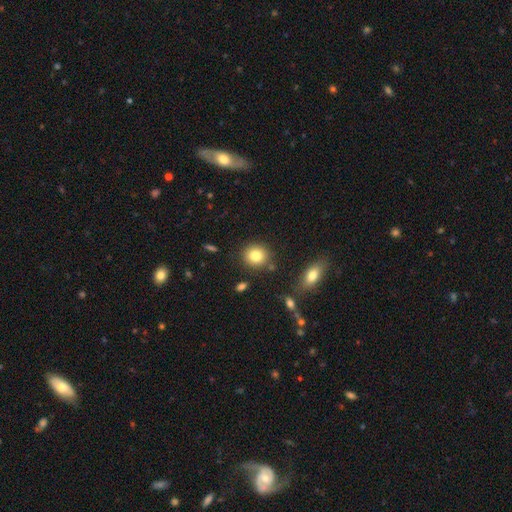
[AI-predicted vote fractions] smooth 84%, star or artifact 9%, featured or disk 7%. Down the decision tree: how rounded — round (81%); merging — none (83%).